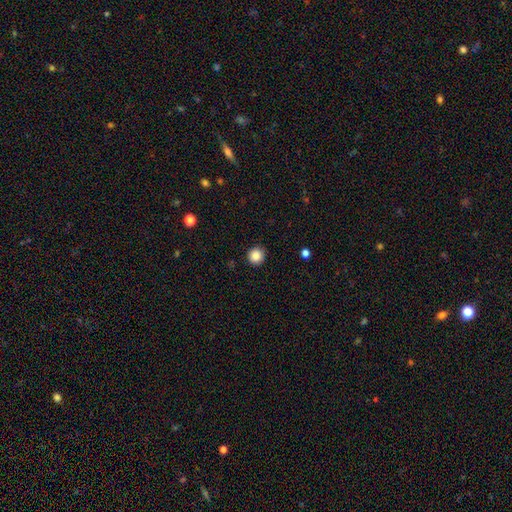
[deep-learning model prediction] This appears to be a smooth galaxy with no disk features (87%) that is round (95%). Merging: none (91%).